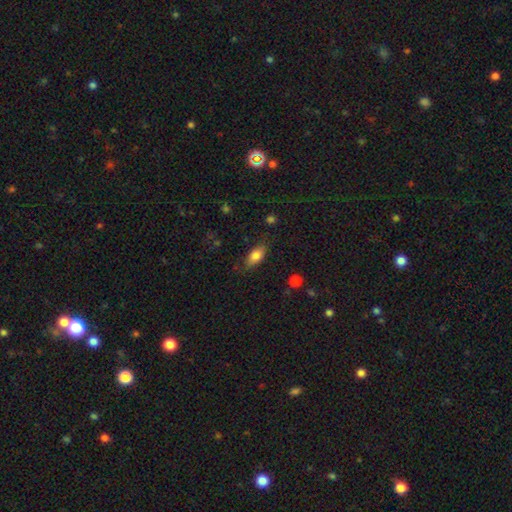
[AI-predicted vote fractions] This appears to be a smooth galaxy with no disk features (81%) that is in between round and cigar-shaped (85%). Merging: none (76%).